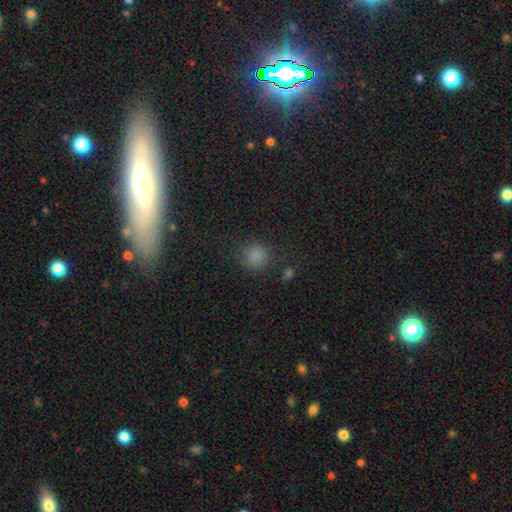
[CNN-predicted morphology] This appears to be a smooth galaxy with no disk features (80%) that is round (88%). Merging: none (79%).